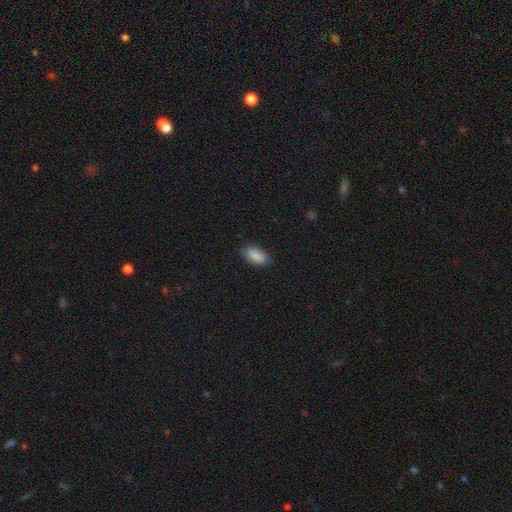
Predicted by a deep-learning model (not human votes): This appears to be a smooth galaxy with no disk features (88%) that is in between round and cigar-shaped (94%). Merging: none (84%).